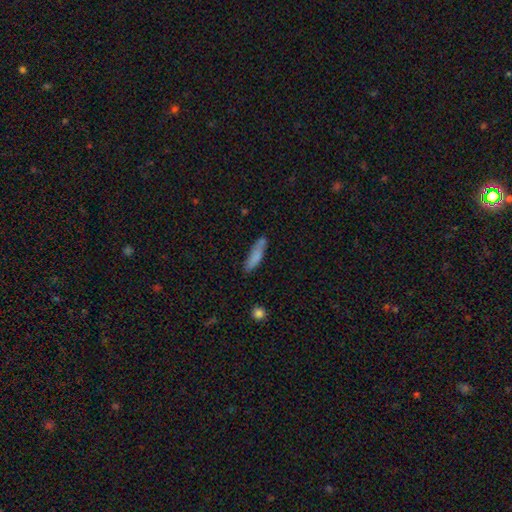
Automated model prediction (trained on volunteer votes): Smooth or featured?
  - smooth: 77% *
  - featured or disk: 16%
  - star or artifact: 7%
How rounded?
  - cigar-shaped: 72% *
  - in between: 26%
  - round: 2%
Merging?
  - none: 70% *
  - minor disturbance: 20%
  - merger: 6%
  - major disturbance: 4%